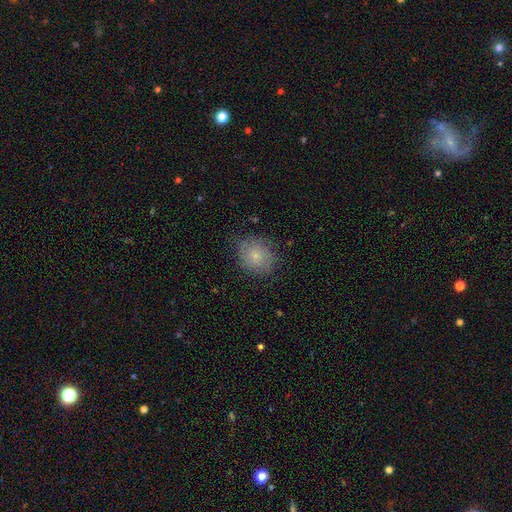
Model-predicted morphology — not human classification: type=smooth (73%); roundness=round (71%); merging=none (73%).